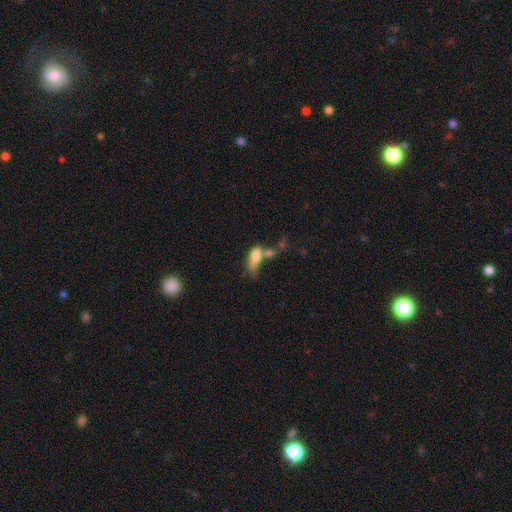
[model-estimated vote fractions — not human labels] Morphology: type=smooth (67%); roundness=in between (77%); merging=merger (46%).